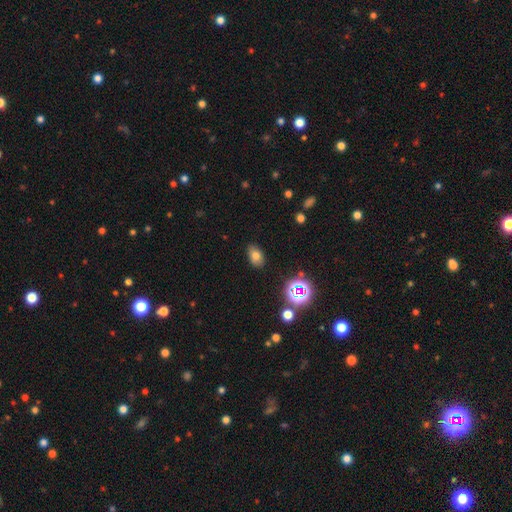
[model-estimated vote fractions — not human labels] The model was most divided on "smooth or featured": smooth: 71%, star or artifact: 18%, featured or disk: 12%. More confident: how rounded — in between (84%); merging — none (84%).